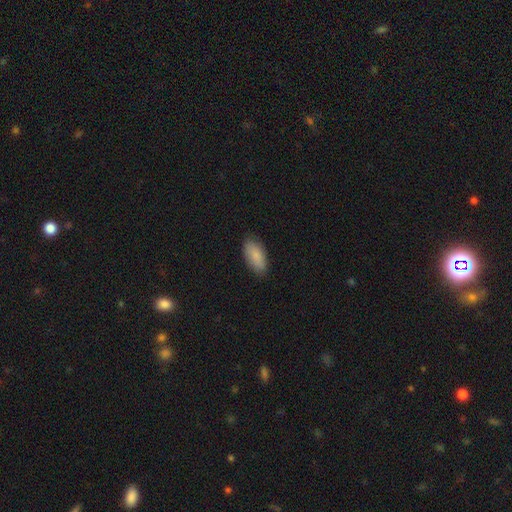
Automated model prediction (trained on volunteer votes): smooth-or-featured: smooth: 87% | featured or disk: 8% | star or artifact: 6%
  how-rounded: in between: 91% | cigar-shaped: 7% | round: 2%
  merging: none: 84% | minor disturbance: 12% | major disturbance: 2% | merger: 1%